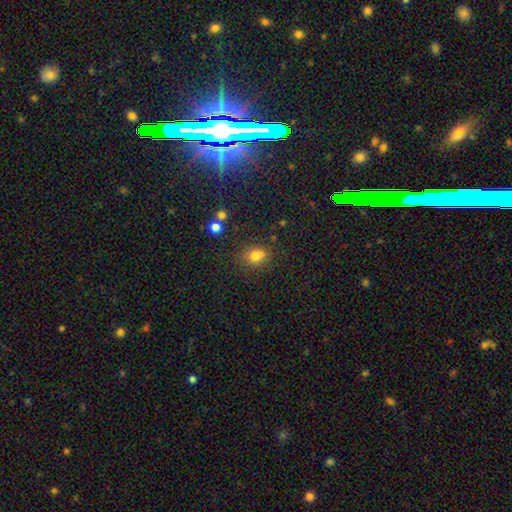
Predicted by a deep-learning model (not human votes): smooth-or-featured: smooth: 76% | star or artifact: 15% | featured or disk: 9%
  how-rounded: round: 51% | in between: 48% | cigar-shaped: 1%
  merging: none: 65% | minor disturbance: 17% | merger: 13% | major disturbance: 5%